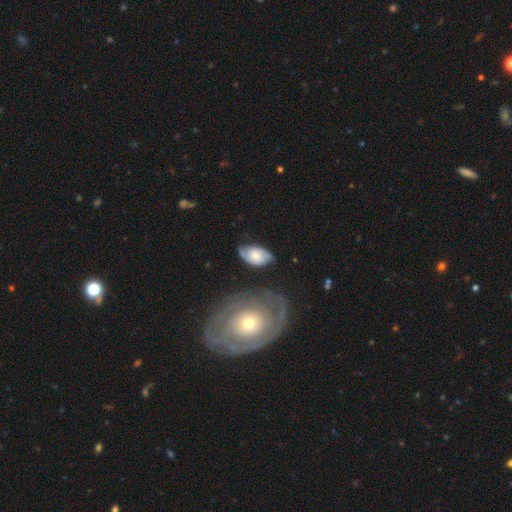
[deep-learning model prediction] This appears to be a featured or disk galaxy (49%). Merging: none (60%).